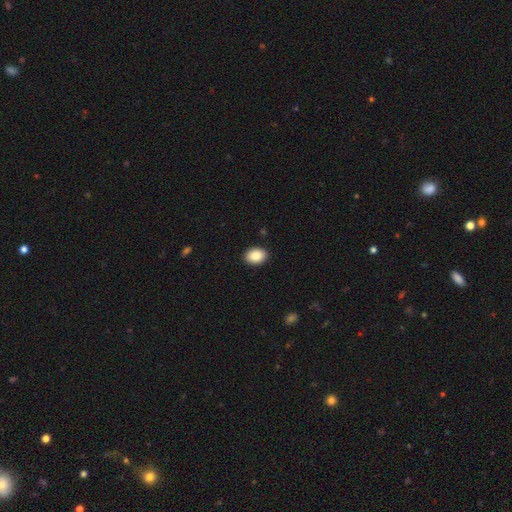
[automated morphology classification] Overall: smooth (87%). How rounded: in between (73%). Merging: none (91%).